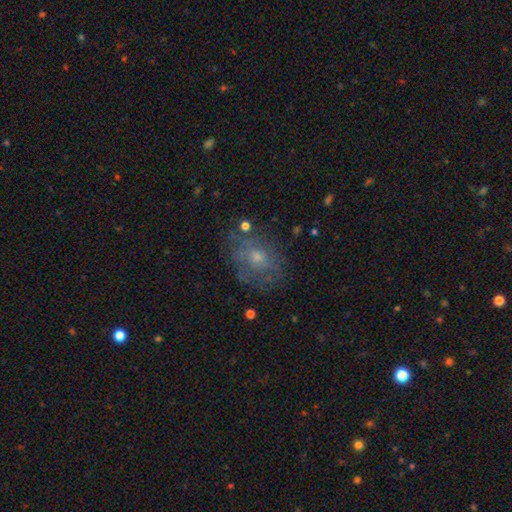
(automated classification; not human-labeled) The model was most divided on "smooth or featured": smooth: 44%, featured or disk: 40%, star or artifact: 16%. More confident: merging — none (66%).